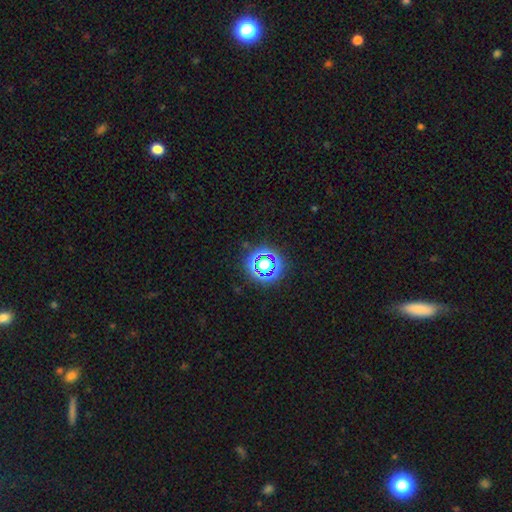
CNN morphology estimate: type=star or artifact (70%).